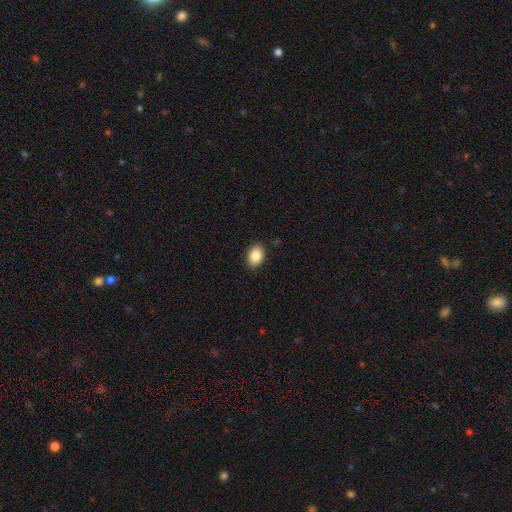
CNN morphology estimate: Smooth or featured: smooth — 85% (star or artifact — 8%)
How rounded: in between — 81% (round — 18%)
Merging: none — 89% (minor disturbance — 8%)